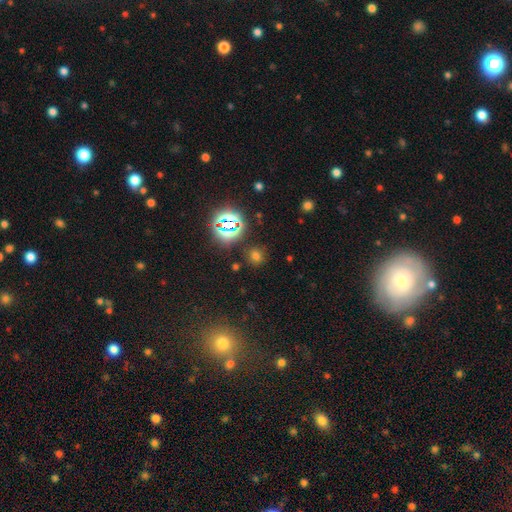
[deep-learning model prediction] smooth_or_featured: smooth (p=0.58) [alt: star or artifact p=0.35]
how_rounded: round (p=0.82) [alt: in between p=0.17]
merging: none (p=0.84) [alt: minor disturbance p=0.09]